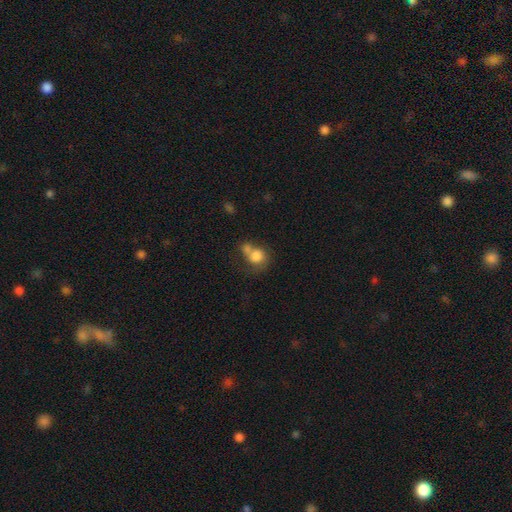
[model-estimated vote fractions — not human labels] Smooth or featured? smooth (75%)
How rounded? round (58%)
Merging? merger (50%)